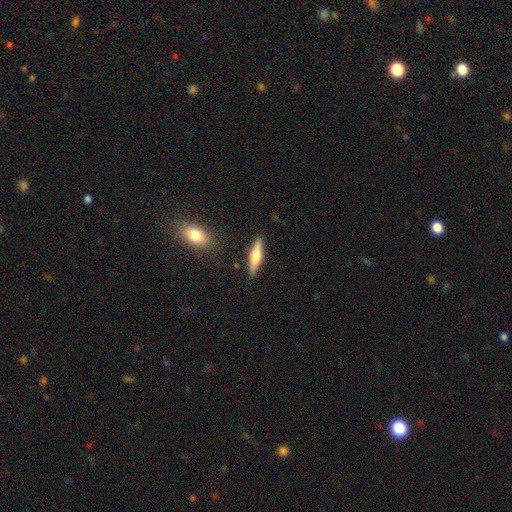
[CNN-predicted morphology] This appears to be a smooth galaxy with no disk features (51%) that is cigar-shaped (75%). Merging: none (87%).